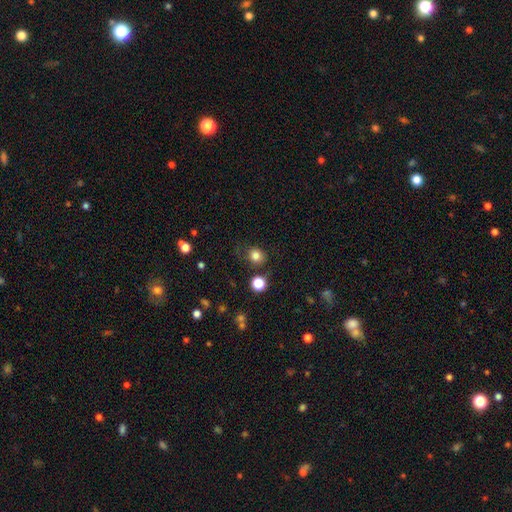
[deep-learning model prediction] Overall: smooth (81%). How rounded: round (76%). Merging: none (77%).